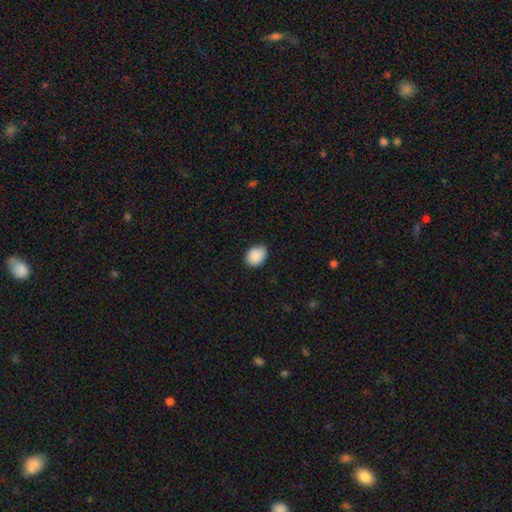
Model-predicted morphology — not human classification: A smooth galaxy with no disk features (90%) that is in between round and cigar-shaped (58%).

Vote fractions:
- Smooth or featured? smooth: 90% / star or artifact: 7% / featured or disk: 3%
- How rounded? in between: 58% / round: 41% / cigar-shaped: 1%
- Merging? none: 78% / minor disturbance: 18% / major disturbance: 3% / merger: 1%